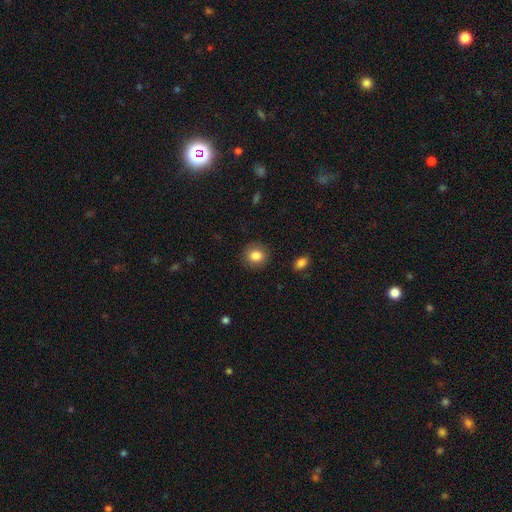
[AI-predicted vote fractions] A smooth galaxy with no disk features (85%) that is round (73%).

Vote fractions:
- Smooth or featured? smooth: 85% / star or artifact: 9% / featured or disk: 6%
- How rounded? round: 73% / in between: 26% / cigar-shaped: 1%
- Merging? none: 88% / minor disturbance: 8% / major disturbance: 2% / merger: 1%